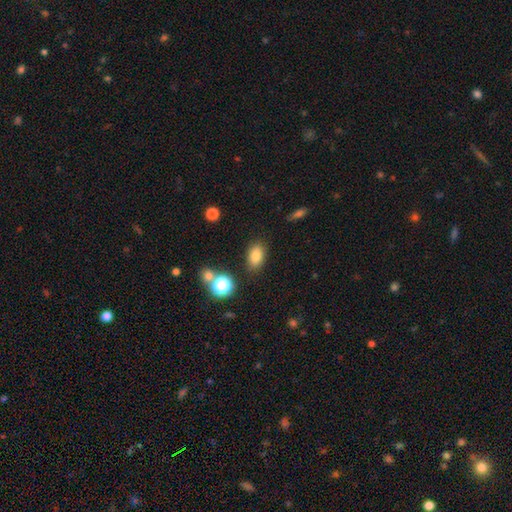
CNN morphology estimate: A smooth galaxy with no disk features (82%) that is in between round and cigar-shaped (86%).

Vote fractions:
- Smooth or featured? smooth: 82% / star or artifact: 12% / featured or disk: 7%
- How rounded? in between: 86% / round: 12% / cigar-shaped: 2%
- Merging? none: 84% / minor disturbance: 10% / merger: 3% / major disturbance: 3%